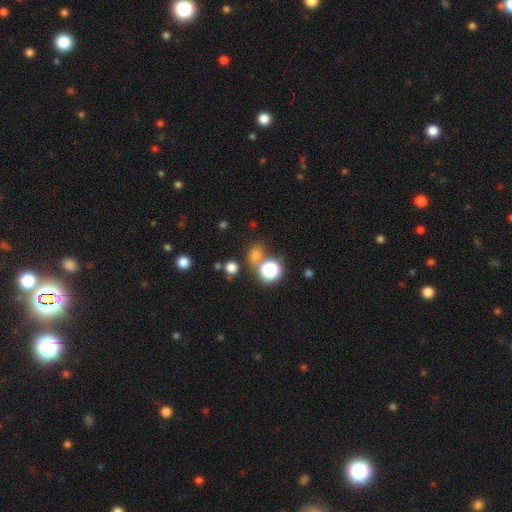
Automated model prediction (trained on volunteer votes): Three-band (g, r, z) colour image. It shows a smooth galaxy with no disk features (66%) that is round (68%). Merging: none (67%).